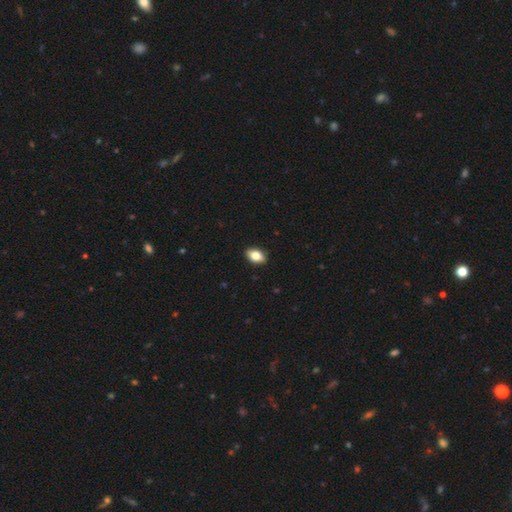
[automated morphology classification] This is clearly a smooth galaxy (81%). How rounded: clearly in between (85%). Merging: clearly none (89%).